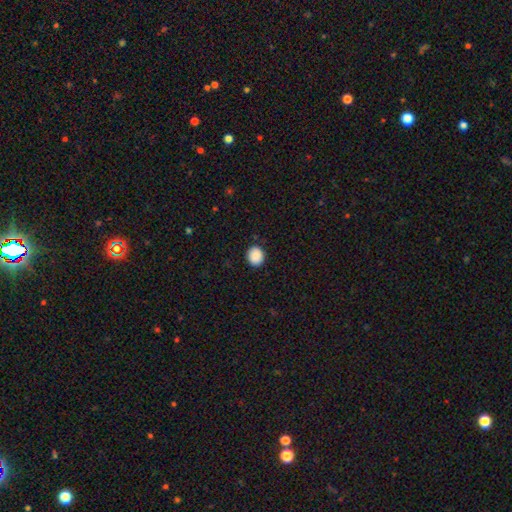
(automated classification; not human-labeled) A smooth galaxy with no disk features (89%) that is round (66%).

Vote fractions:
- Smooth or featured? smooth: 89% / star or artifact: 8% / featured or disk: 3%
- How rounded? round: 66% / in between: 33% / cigar-shaped: 1%
- Merging? none: 89% / minor disturbance: 8% / major disturbance: 2% / merger: 1%